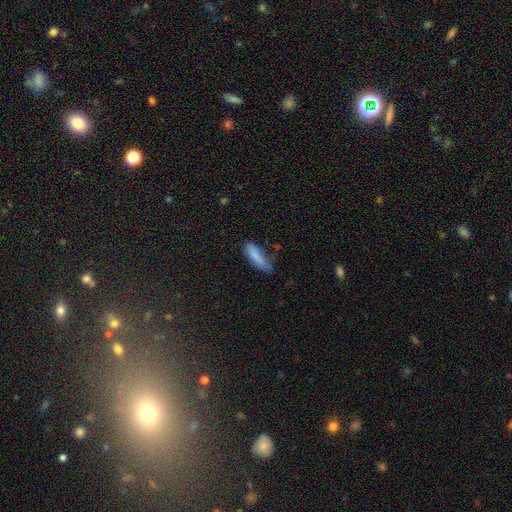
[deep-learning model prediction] Q: Smooth or featured?
A: smooth (83%); runner-up: featured or disk (10%)
Q: How rounded?
A: cigar-shaped (51%); runner-up: in between (47%)
Q: Merging?
A: none (52%); runner-up: minor disturbance (34%)